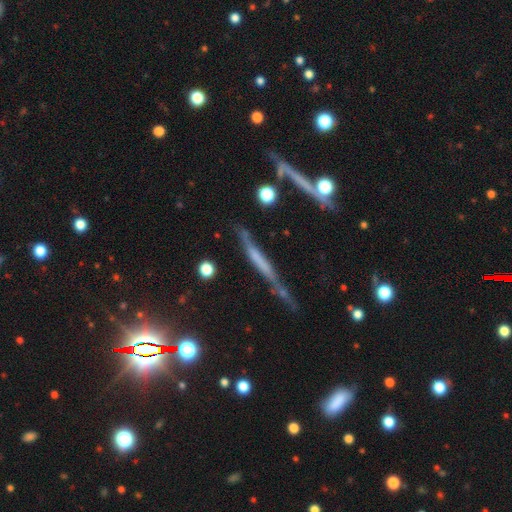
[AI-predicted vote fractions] Smooth or featured? featured or disk (60%)
Edge-on disk? yes (90%)
Edge-on bulge? none (66%)
Merging? none (64%)